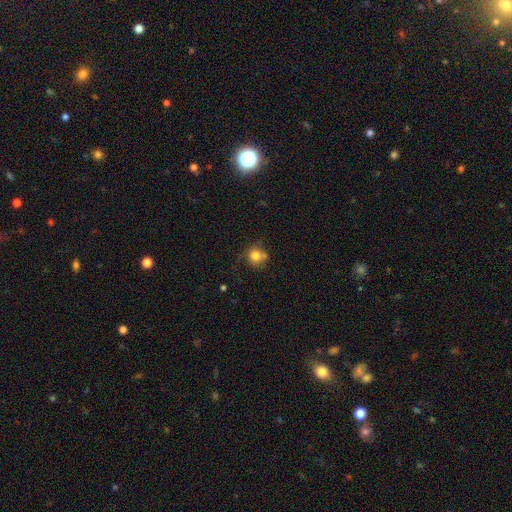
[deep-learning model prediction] Overall: smooth (79%). How rounded: round (88%). Merging: none (60%).